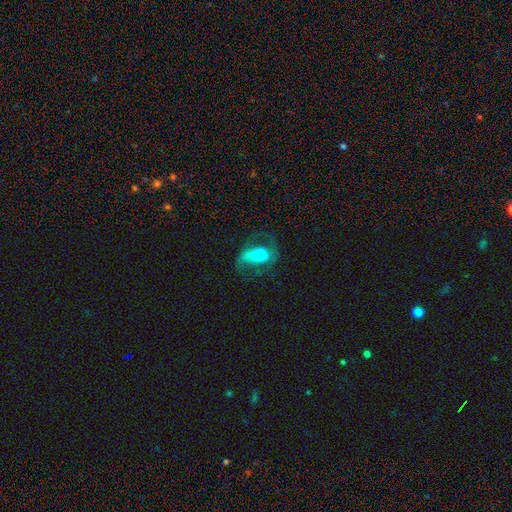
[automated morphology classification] This is possibly a featured or disk galaxy (58%). It is clearly not viewed edge-on (96%). Bar: likely no (65%). Spiral arm pattern: likely yes (60%). Central bulge: likely moderate (63%). Merging: marginally merger (39%).